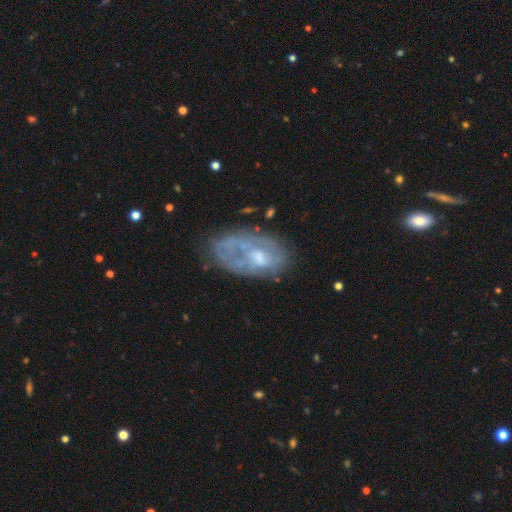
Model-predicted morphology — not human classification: Smooth or featured?
  - featured or disk: 59% *
  - smooth: 33%
  - star or artifact: 9%
Edge-on disk?
  - no: 94% *
  - yes: 6%
Bar?
  - no: 76% *
  - weak: 20%
  - strong: 4%
Spiral arms?
  - no: 68% *
  - yes: 32%
Bulge size?
  - moderate: 49% *
  - small: 31%
  - none: 14%
  - large: 5%
  - dominant: 1%
Merging?
  - none: 51% *
  - minor disturbance: 25%
  - major disturbance: 19%
  - merger: 5%